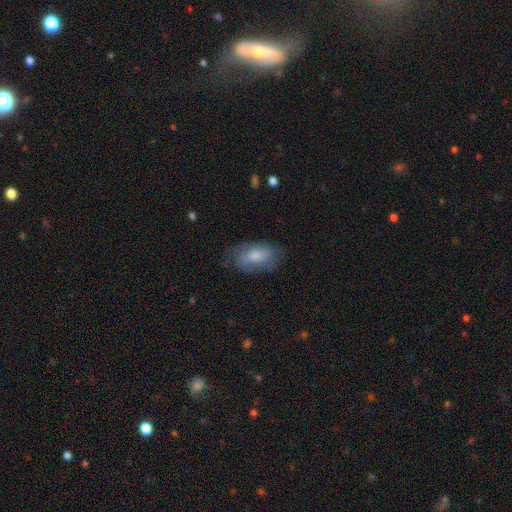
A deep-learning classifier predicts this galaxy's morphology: A smooth galaxy with no disk features (69%) that is in between round and cigar-shaped (91%).

Vote fractions:
- Smooth or featured? smooth: 69% / featured or disk: 24% / star or artifact: 7%
- How rounded? in between: 91% / round: 5% / cigar-shaped: 4%
- Merging? none: 67% / minor disturbance: 23% / major disturbance: 9% / merger: 1%